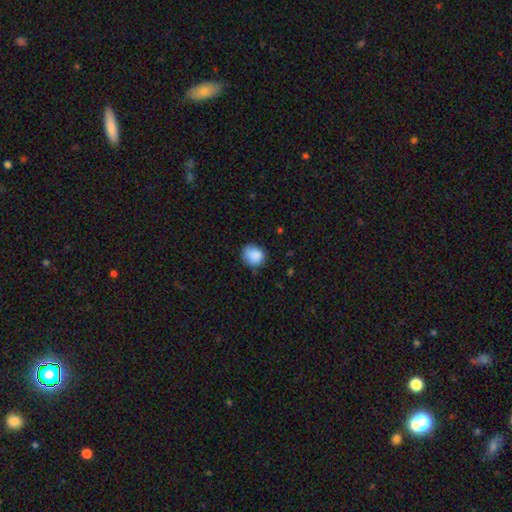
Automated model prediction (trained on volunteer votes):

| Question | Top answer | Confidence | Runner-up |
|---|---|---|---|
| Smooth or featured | smooth | 87% | star or artifact (8%) |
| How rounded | round | 64% | in between (35%) |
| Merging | none | 68% | minor disturbance (25%) |